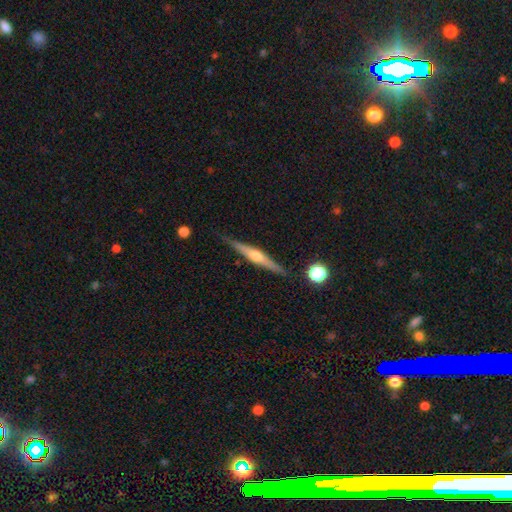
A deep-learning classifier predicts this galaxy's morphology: A featured or disk galaxy (75%) viewed edge-on (98%) with a rounded central bulge (86%). Merging: none (87%).